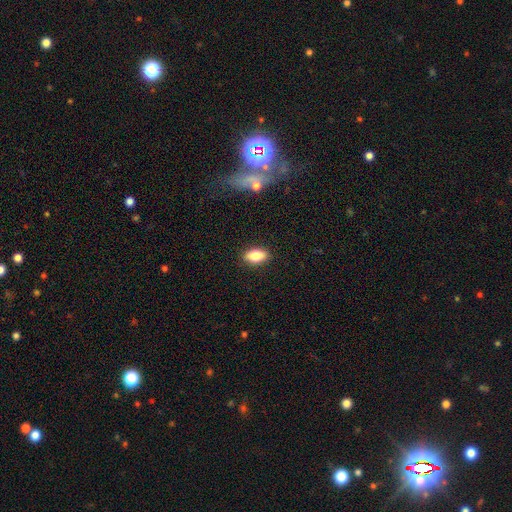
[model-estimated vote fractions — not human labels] Smooth or featured?
  - smooth: 80% *
  - featured or disk: 12%
  - star or artifact: 8%
How rounded?
  - in between: 88% *
  - cigar-shaped: 6%
  - round: 6%
Merging?
  - none: 89% *
  - minor disturbance: 8%
  - major disturbance: 2%
  - merger: 1%